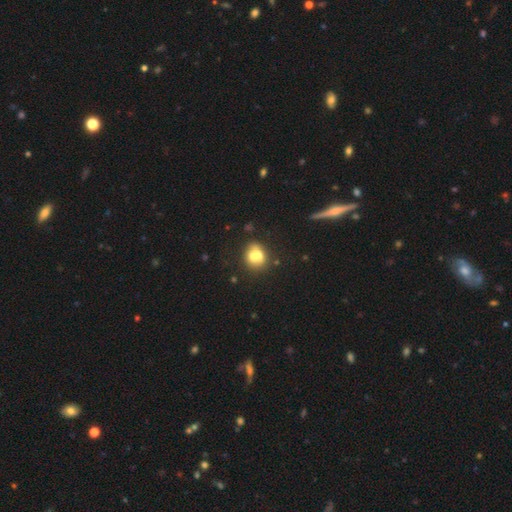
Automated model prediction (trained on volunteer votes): Smooth or featured? smooth (64%)
How rounded? round (66%)
Merging? merger (49%)